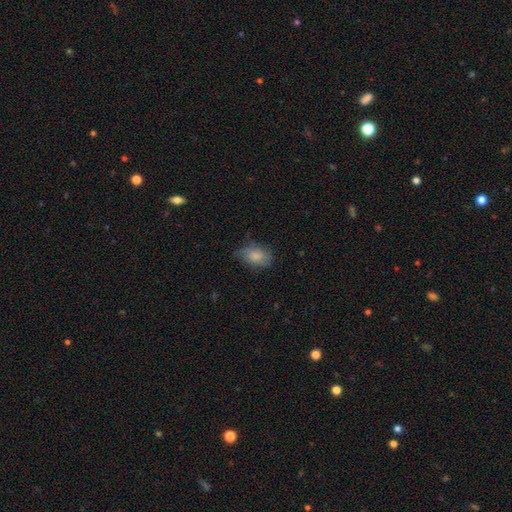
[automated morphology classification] A smooth galaxy with no disk features (78%) that is in between round and cigar-shaped (87%).

Vote fractions:
- Smooth or featured? smooth: 78% / featured or disk: 15% / star or artifact: 8%
- How rounded? in between: 87% / round: 11% / cigar-shaped: 2%
- Merging? none: 58% / minor disturbance: 30% / major disturbance: 10% / merger: 2%